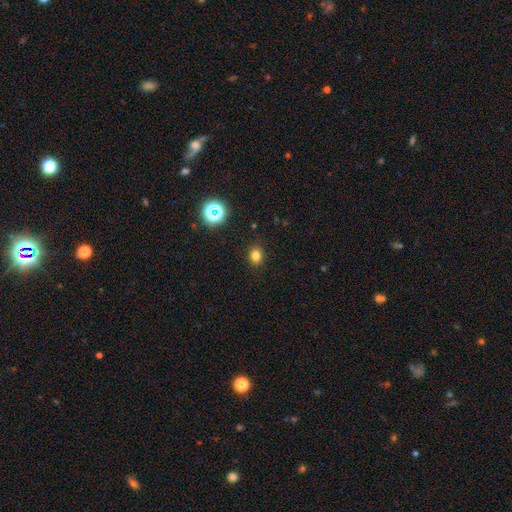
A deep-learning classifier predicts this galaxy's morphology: smooth 78%, star or artifact 17%, featured or disk 6%. Down the decision tree: how rounded — round (64%); merging — none (89%).